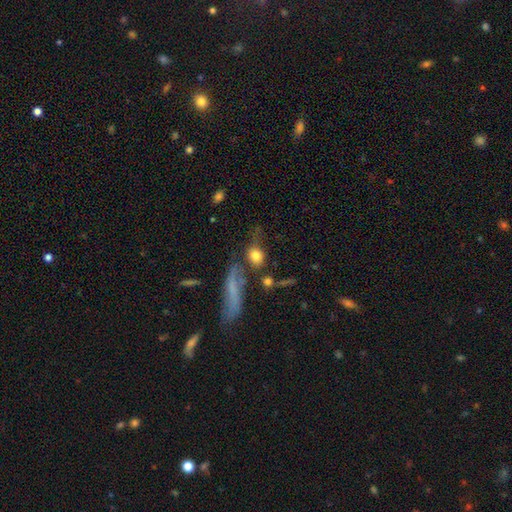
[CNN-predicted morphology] Smooth or featured? smooth (77%)
How rounded? round (53%)
Merging? none (49%)